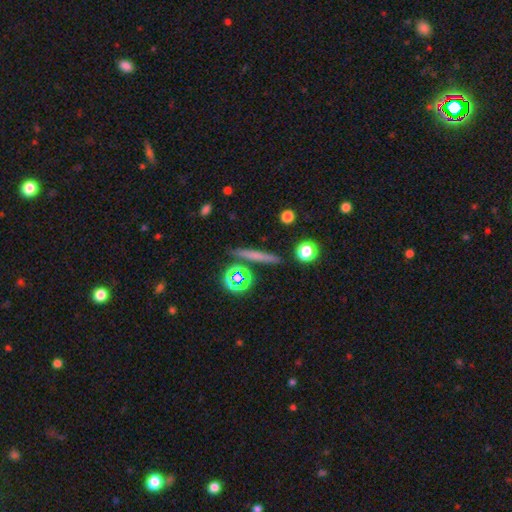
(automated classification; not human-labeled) This is possibly a smooth galaxy (58%). How rounded: clearly cigar-shaped (84%). Merging: clearly none (87%).